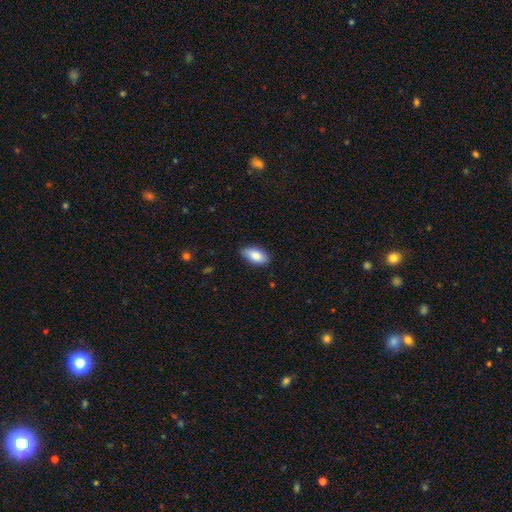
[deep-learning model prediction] smooth 84%, featured or disk 9%, star or artifact 6%. Down the decision tree: how rounded — in between (91%); merging — none (84%).